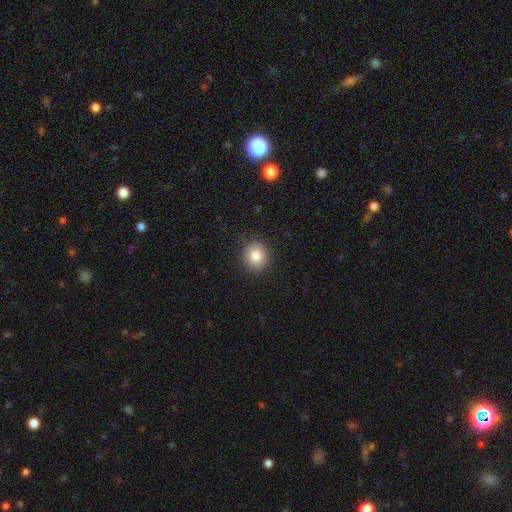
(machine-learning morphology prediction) The model was most divided on "how rounded": round: 83%, in between: 16%, cigar-shaped: 1%. More confident: merging — none (89%); smooth or featured — smooth (85%).